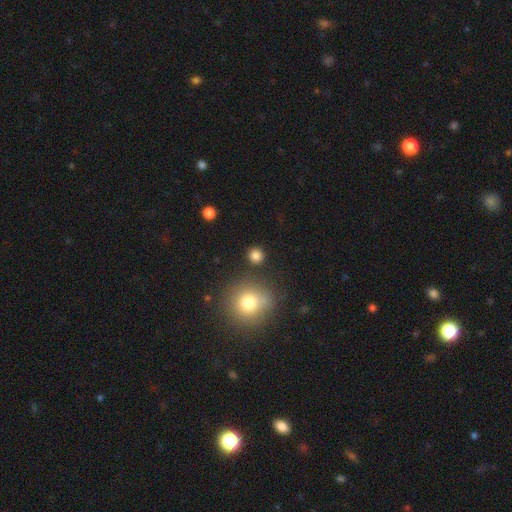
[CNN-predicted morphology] Q: Smooth or featured?
A: smooth (82%); runner-up: star or artifact (14%)
Q: How rounded?
A: round (91%); runner-up: in between (8%)
Q: Merging?
A: none (88%); runner-up: minor disturbance (6%)